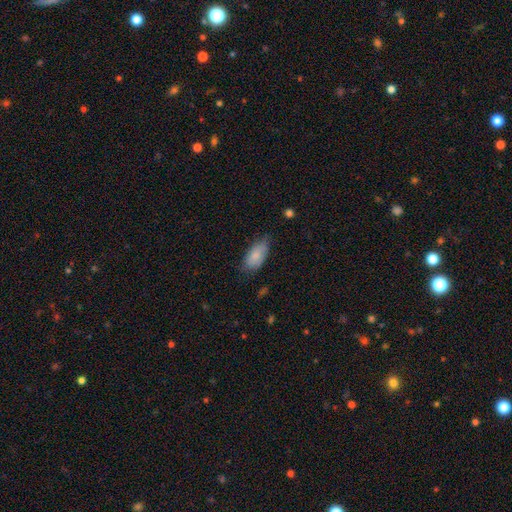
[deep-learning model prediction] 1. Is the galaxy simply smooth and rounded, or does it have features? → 83% smooth, 10% featured or disk, 6% star or artifact.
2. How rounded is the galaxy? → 91% in between, 6% cigar-shaped, 3% round.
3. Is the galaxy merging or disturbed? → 62% none, 30% minor disturbance, 6% major disturbance, 1% merger.